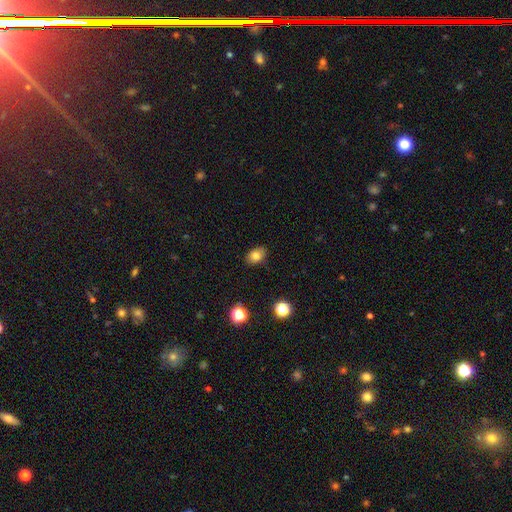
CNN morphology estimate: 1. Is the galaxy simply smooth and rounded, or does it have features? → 80% smooth, 11% star or artifact, 9% featured or disk.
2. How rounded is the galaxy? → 76% in between, 22% round, 1% cigar-shaped.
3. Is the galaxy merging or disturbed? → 85% none, 12% minor disturbance, 2% major disturbance, 1% merger.